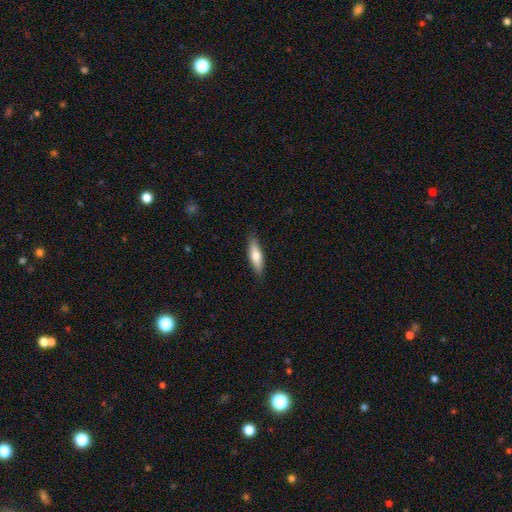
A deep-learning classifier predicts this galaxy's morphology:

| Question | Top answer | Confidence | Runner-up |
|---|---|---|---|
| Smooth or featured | smooth | 69% | featured or disk (26%) |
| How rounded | cigar-shaped | 53% | in between (45%) |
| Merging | none | 87% | minor disturbance (10%) |